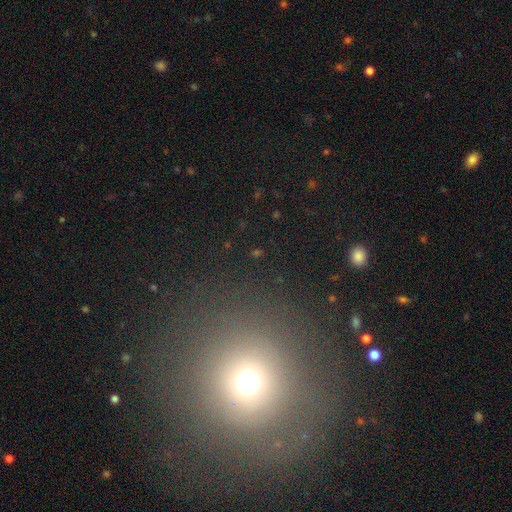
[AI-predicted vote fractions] This appears to be a smooth galaxy with no disk features (44%, tied with star or artifact). Merging: none (85%).